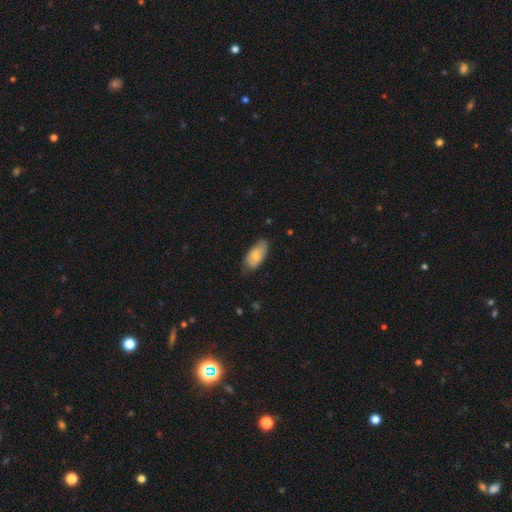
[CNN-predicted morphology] smooth 78%, featured or disk 16%, star or artifact 6%. Down the decision tree: how rounded — in between (91%); merging — none (67%).